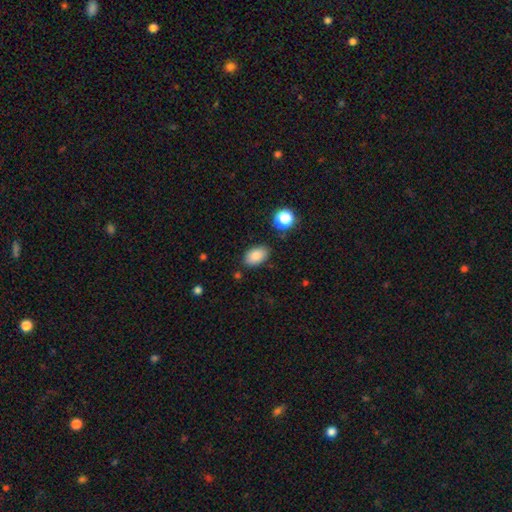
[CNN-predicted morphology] Overall: smooth (86%). How rounded: in between (89%). Merging: none (82%).